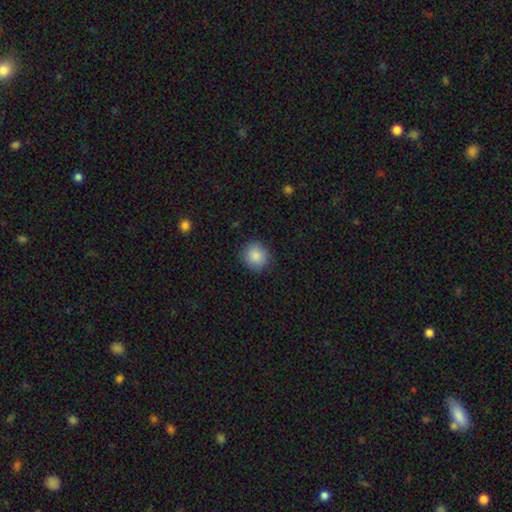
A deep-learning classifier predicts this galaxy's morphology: smooth_or_featured: smooth (p=0.87) [alt: star or artifact p=0.08]
how_rounded: round (p=0.88) [alt: in between p=0.11]
merging: none (p=0.88) [alt: minor disturbance p=0.08]